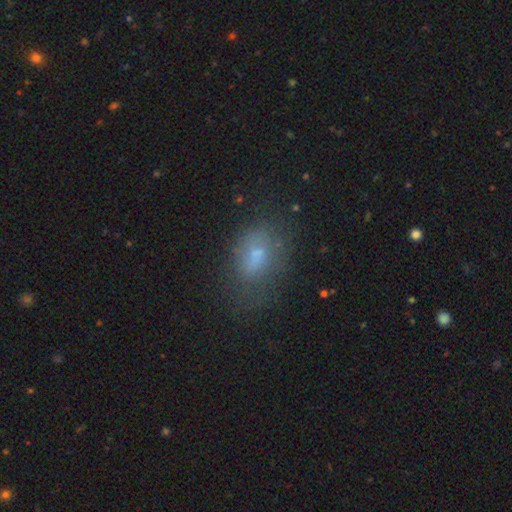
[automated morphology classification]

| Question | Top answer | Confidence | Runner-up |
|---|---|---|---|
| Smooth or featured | smooth | 62% | featured or disk (23%) |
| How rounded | in between | 78% | round (19%) |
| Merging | none | 50% | minor disturbance (26%) |